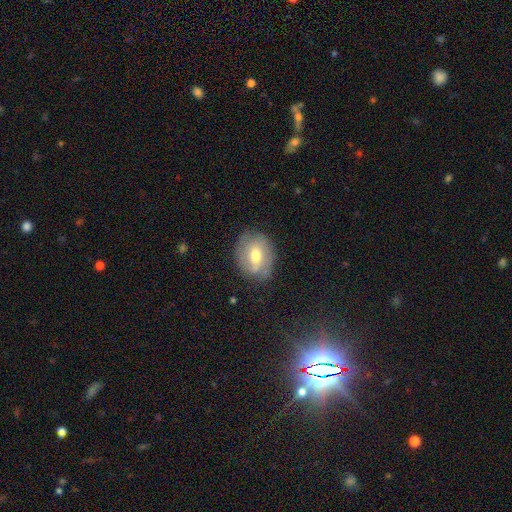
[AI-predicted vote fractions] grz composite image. It shows a featured or disk galaxy (49%). Merging: none (74%).